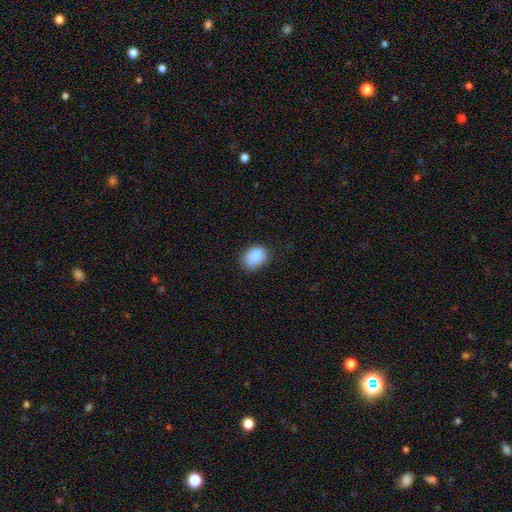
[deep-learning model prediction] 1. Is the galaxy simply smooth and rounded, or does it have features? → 84% smooth, 9% star or artifact, 7% featured or disk.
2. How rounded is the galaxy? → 67% in between, 32% round, 1% cigar-shaped.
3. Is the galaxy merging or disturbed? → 66% none, 25% minor disturbance, 6% major disturbance, 4% merger.